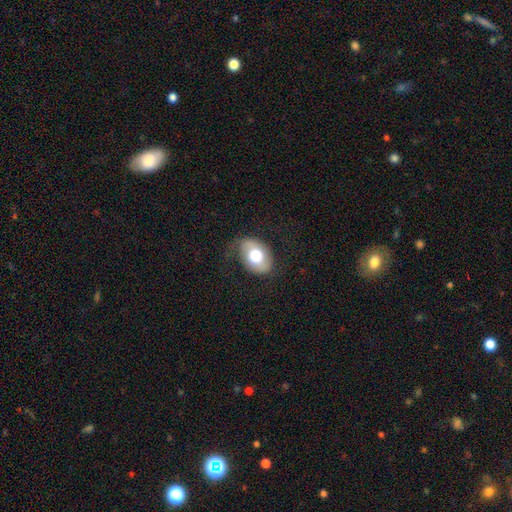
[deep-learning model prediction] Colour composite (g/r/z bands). It shows a smooth galaxy with no disk features (60%) that is in between round and cigar-shaped (78%). Merging: none (64%).